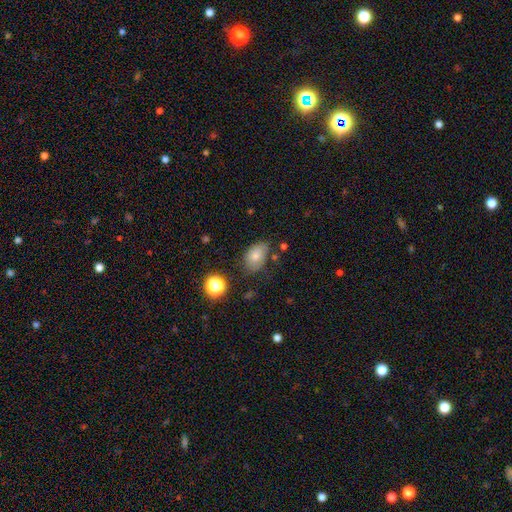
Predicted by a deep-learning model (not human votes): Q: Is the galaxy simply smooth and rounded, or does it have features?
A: smooth — 75%.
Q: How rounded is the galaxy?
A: in between — 83%.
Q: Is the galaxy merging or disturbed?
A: none — 67%.